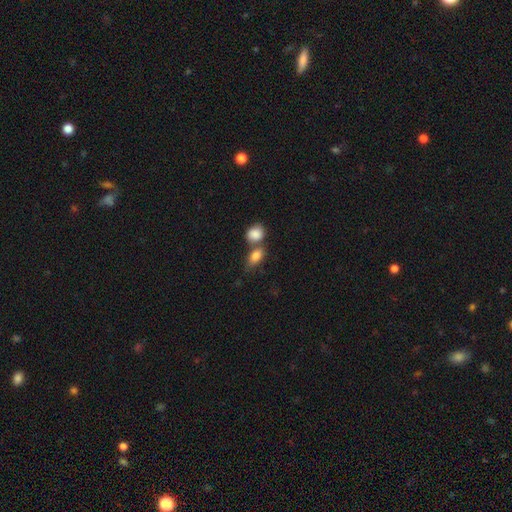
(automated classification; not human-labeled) Smooth or featured?
  - smooth: 84% *
  - featured or disk: 8%
  - star or artifact: 8%
How rounded?
  - in between: 78% *
  - round: 19%
  - cigar-shaped: 3%
Merging?
  - merger: 48% *
  - none: 38%
  - minor disturbance: 11%
  - major disturbance: 4%